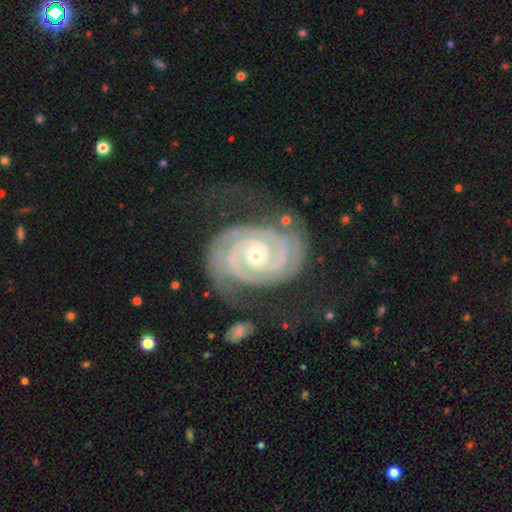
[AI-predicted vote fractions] Overall: featured or disk (93%). Edge-on disk: no (98%). Bar: no (69%). Spiral arms: yes (99%). Spiral arm count: 2 (81%). Spiral winding: tight (85%). Bulge size: small (64%; moderate 33%). Merging: none (69%).